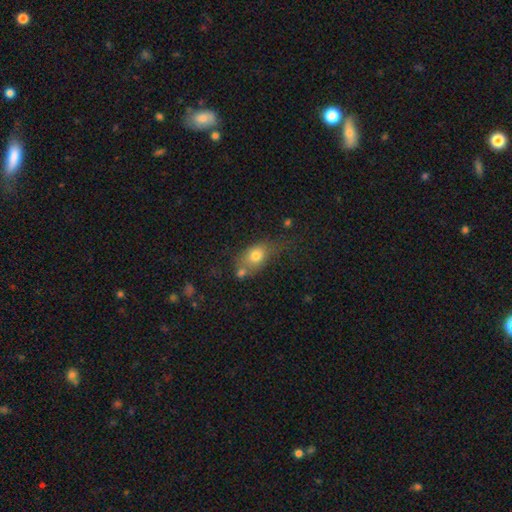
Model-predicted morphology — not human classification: smooth_or_featured: smooth (p=0.75) [alt: featured or disk p=0.14]
how_rounded: in between (p=0.68) [alt: round p=0.28]
merging: none (p=0.40) [alt: minor disturbance p=0.24]